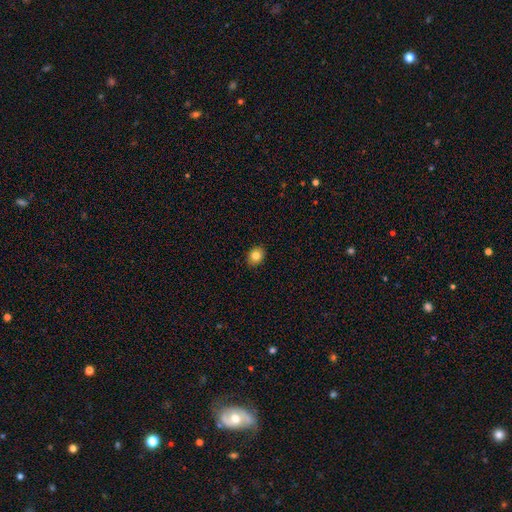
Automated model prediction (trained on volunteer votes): This appears to be a smooth galaxy with no disk features (82%) that is round (59%). Merging: none (90%).